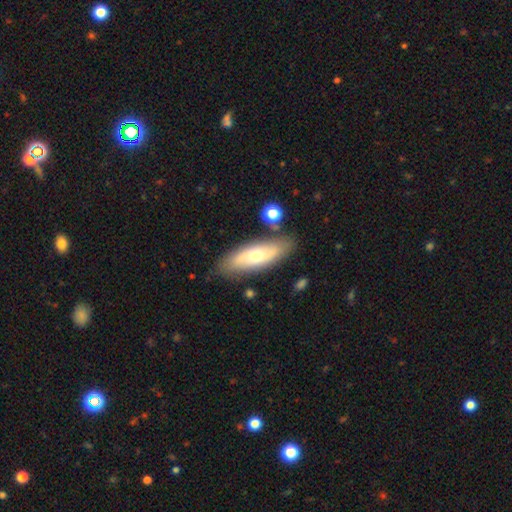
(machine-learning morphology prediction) This is possibly a smooth galaxy (54%). How rounded: likely in between (63%). Merging: likely none (80%).